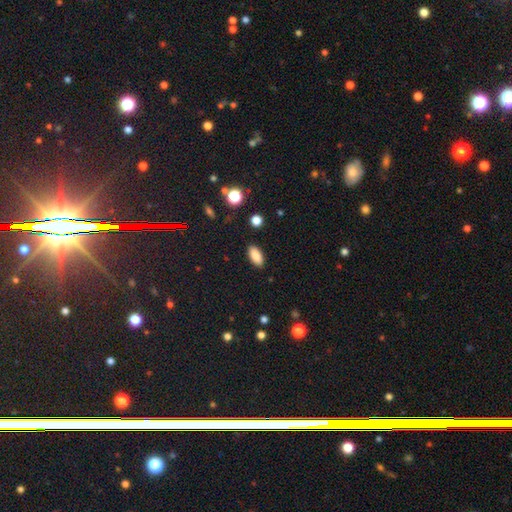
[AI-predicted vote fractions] Q: Smooth or featured?
A: smooth (87%); runner-up: star or artifact (8%)
Q: How rounded?
A: in between (89%); runner-up: cigar-shaped (8%)
Q: Merging?
A: none (89%); runner-up: minor disturbance (8%)